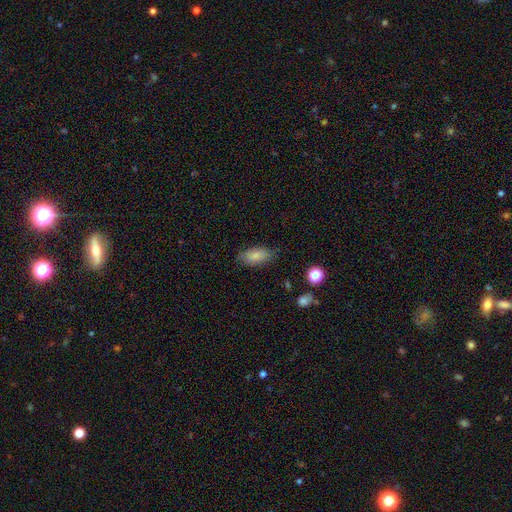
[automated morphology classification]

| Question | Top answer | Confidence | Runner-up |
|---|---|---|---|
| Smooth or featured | smooth | 82% | featured or disk (10%) |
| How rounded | in between | 89% | cigar-shaped (8%) |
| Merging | none | 77% | minor disturbance (17%) |